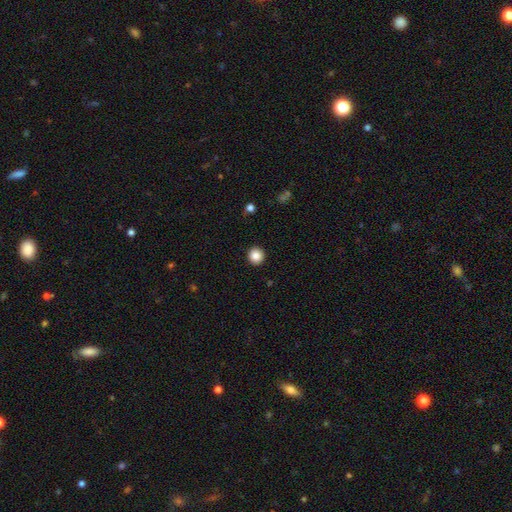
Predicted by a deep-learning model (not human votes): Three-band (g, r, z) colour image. It shows a smooth galaxy with no disk features (86%) that is round (93%). Merging: none (93%).